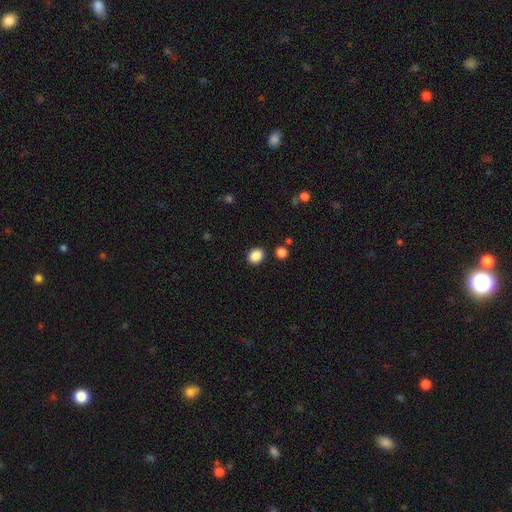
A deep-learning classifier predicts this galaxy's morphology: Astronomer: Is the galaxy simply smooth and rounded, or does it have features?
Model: smooth — 88%.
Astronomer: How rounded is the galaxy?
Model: round — 58% (runner-up: in between, 41%).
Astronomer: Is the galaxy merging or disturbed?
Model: none — 88%.